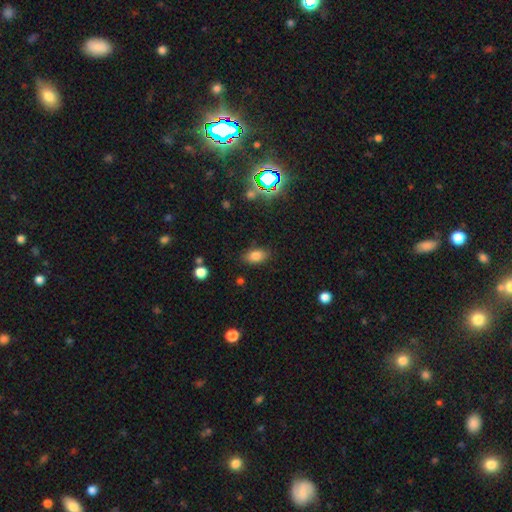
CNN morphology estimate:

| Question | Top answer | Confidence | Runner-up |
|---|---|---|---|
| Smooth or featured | smooth | 78% | star or artifact (13%) |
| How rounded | in between | 87% | round (9%) |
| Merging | none | 84% | minor disturbance (11%) |